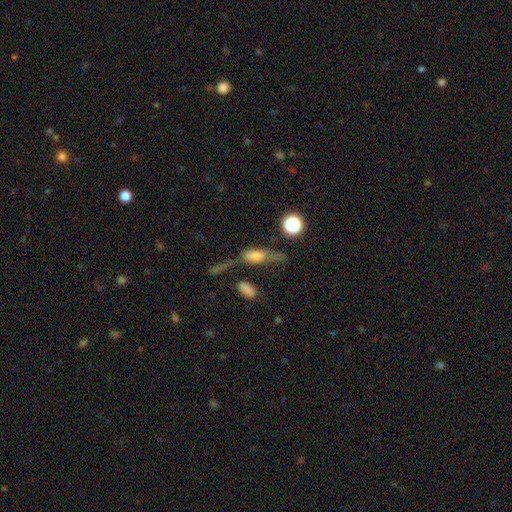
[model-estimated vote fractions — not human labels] Morphology: type=smooth (48%); merging=none (43%).